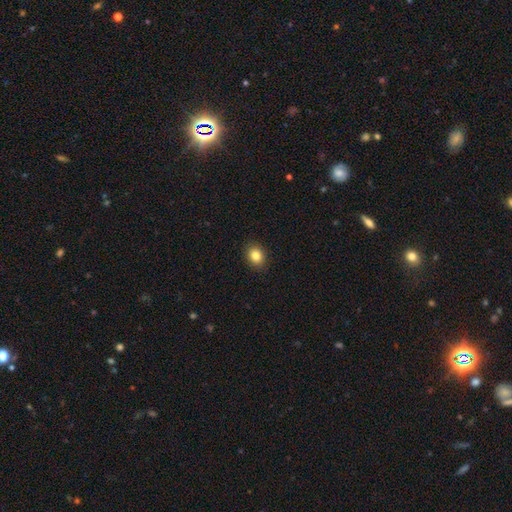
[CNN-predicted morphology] smooth-or-featured: smooth: 84% | star or artifact: 10% | featured or disk: 6%
  how-rounded: in between: 51% | round: 48% | cigar-shaped: 1%
  merging: none: 90% | minor disturbance: 7% | major disturbance: 2% | merger: 1%